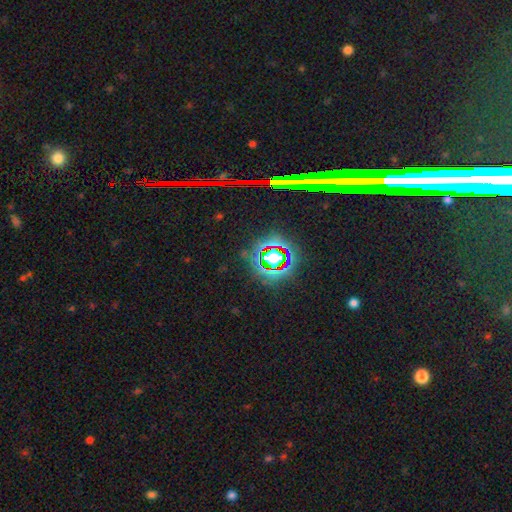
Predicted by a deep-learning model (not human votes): Smooth or featured: star or artifact — 79% (smooth — 11%)